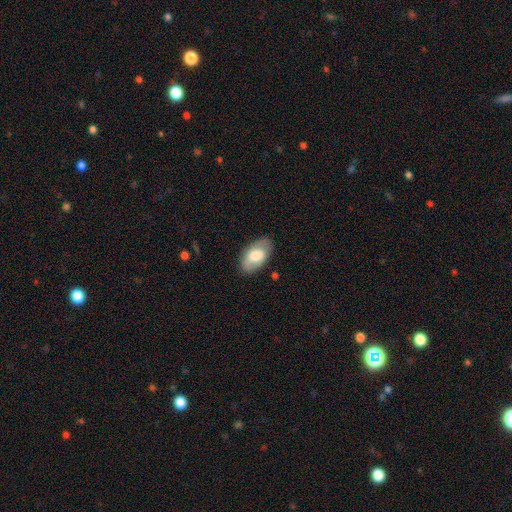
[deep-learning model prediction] smooth 69%, featured or disk 25%, star or artifact 6%. Down the decision tree: how rounded — in between (94%); merging — none (82%).